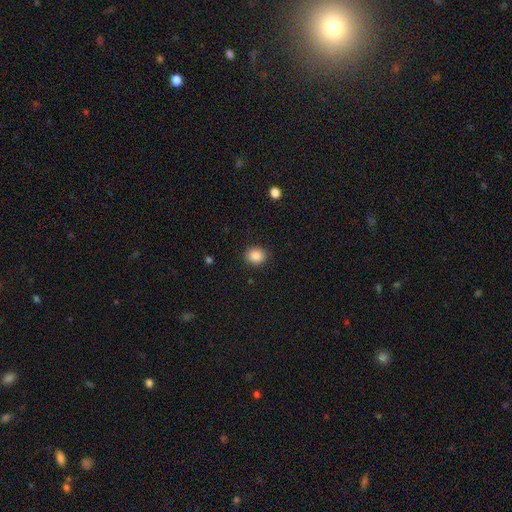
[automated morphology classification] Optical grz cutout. It shows a smooth galaxy with no disk features (86%) that is round (75%). Merging: none (89%).